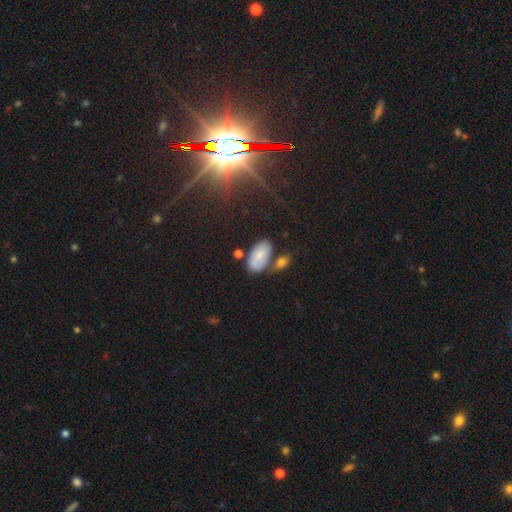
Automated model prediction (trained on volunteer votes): smooth-or-featured: smooth: 72% | featured or disk: 20% | star or artifact: 9%
  how-rounded: in between: 94% | round: 4% | cigar-shaped: 2%
  merging: none: 61% | merger: 17% | minor disturbance: 16% | major disturbance: 5%